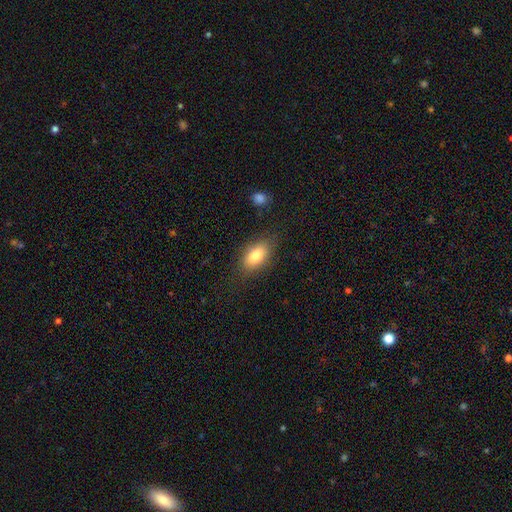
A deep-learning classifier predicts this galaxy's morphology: Overall: smooth (81%). How rounded: in between (89%). Merging: none (80%).